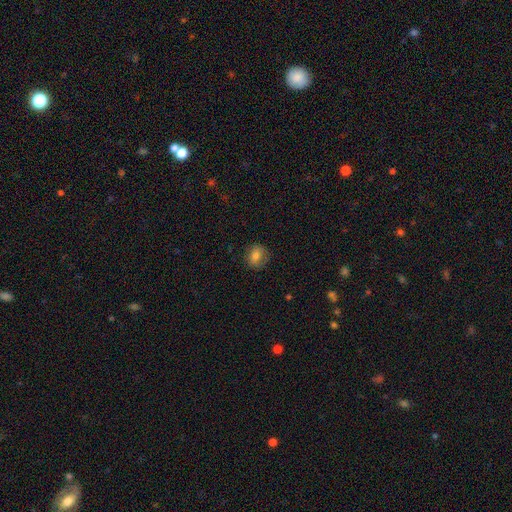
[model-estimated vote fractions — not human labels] Q: Smooth or featured?
A: smooth (74%); runner-up: featured or disk (16%)
Q: How rounded?
A: round (71%); runner-up: in between (28%)
Q: Merging?
A: none (76%); runner-up: minor disturbance (17%)